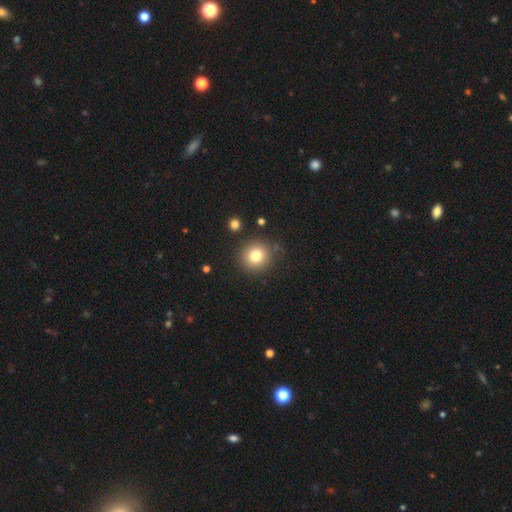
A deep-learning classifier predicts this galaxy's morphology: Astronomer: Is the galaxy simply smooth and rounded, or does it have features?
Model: smooth — 79%.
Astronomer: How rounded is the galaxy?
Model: round — 91%.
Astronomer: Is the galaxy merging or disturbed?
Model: none — 86%.